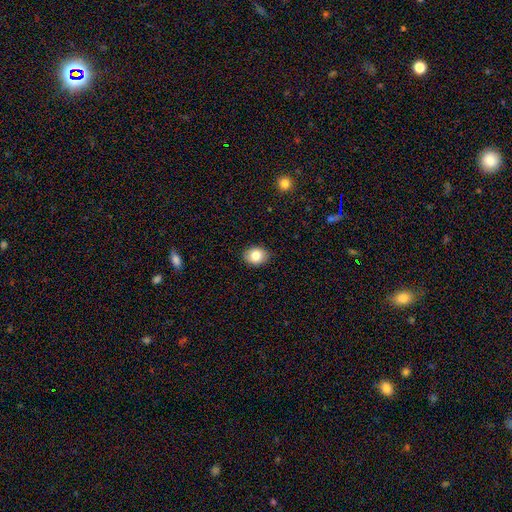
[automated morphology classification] Smooth or featured? smooth (83%)
How rounded? in between (59%)
Merging? none (88%)